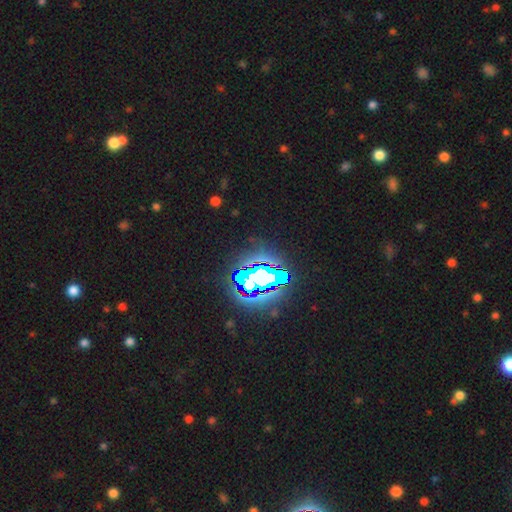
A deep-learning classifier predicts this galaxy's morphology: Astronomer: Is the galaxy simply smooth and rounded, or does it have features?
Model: star or artifact — 82%.